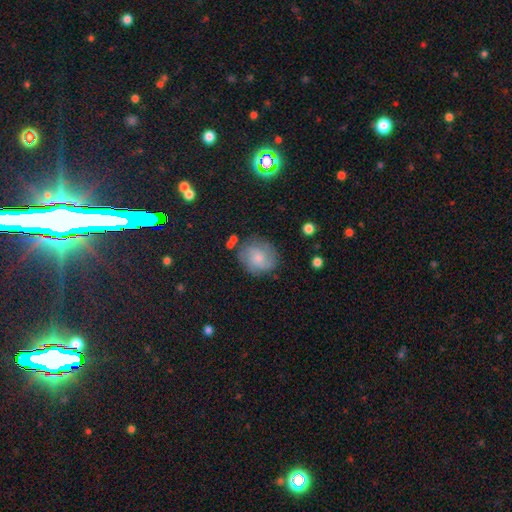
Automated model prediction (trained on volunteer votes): smooth 49%, featured or disk 38%, star or artifact 13%. Down the decision tree: merging — none (74%).